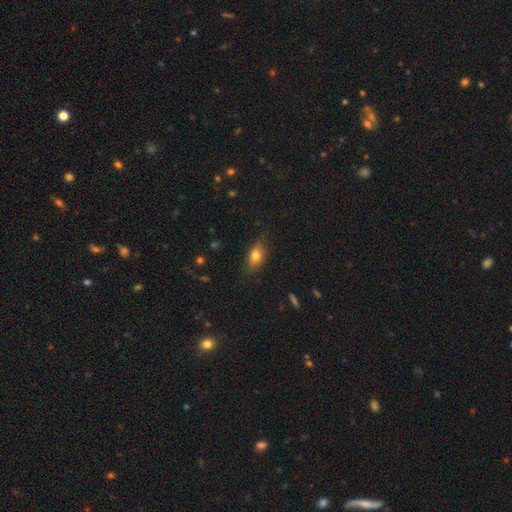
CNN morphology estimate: This appears to be a smooth galaxy with no disk features (75%) that is in between round and cigar-shaped (81%). Merging: none (81%).